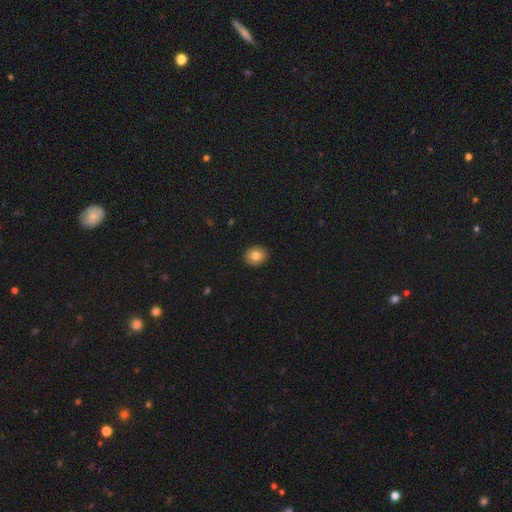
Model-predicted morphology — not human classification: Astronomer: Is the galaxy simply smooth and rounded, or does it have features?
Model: smooth — 79%.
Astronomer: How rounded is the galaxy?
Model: round — 66%.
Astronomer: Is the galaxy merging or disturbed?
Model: none — 91%.